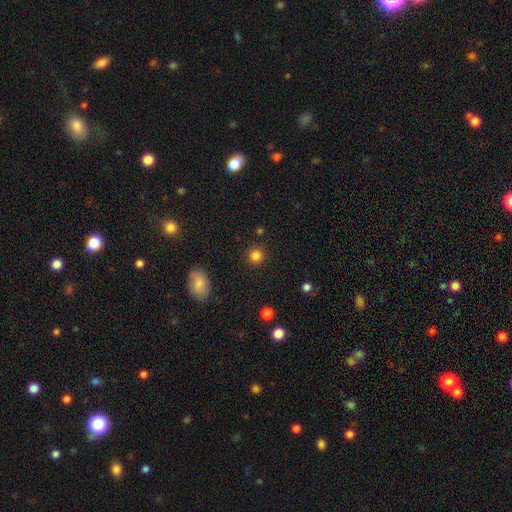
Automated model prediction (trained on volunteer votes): smooth 84%, star or artifact 12%, featured or disk 4%. Down the decision tree: how rounded — round (92%); merging — none (90%).